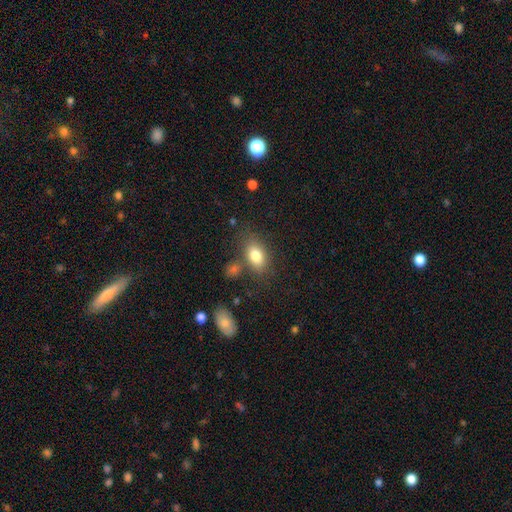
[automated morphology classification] smooth 80%, featured or disk 11%, star or artifact 9%. Down the decision tree: how rounded — in between (86%); merging — none (71%).